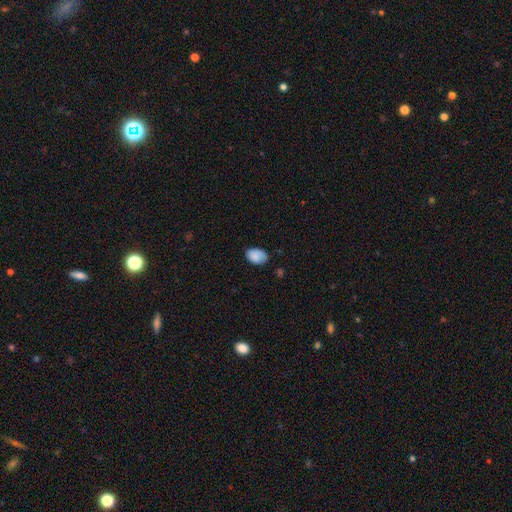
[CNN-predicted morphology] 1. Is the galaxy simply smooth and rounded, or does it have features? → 86% smooth, 7% star or artifact, 7% featured or disk.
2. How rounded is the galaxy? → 90% in between, 9% round, 1% cigar-shaped.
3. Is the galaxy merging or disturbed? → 74% none, 21% minor disturbance, 3% major disturbance, 1% merger.